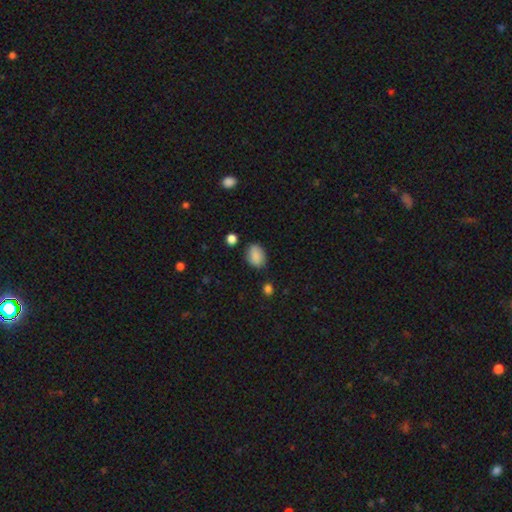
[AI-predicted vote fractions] smooth-or-featured: smooth: 87% | star or artifact: 8% | featured or disk: 5%
  how-rounded: in between: 75% | round: 23% | cigar-shaped: 1%
  merging: none: 76% | minor disturbance: 17% | major disturbance: 4% | merger: 3%